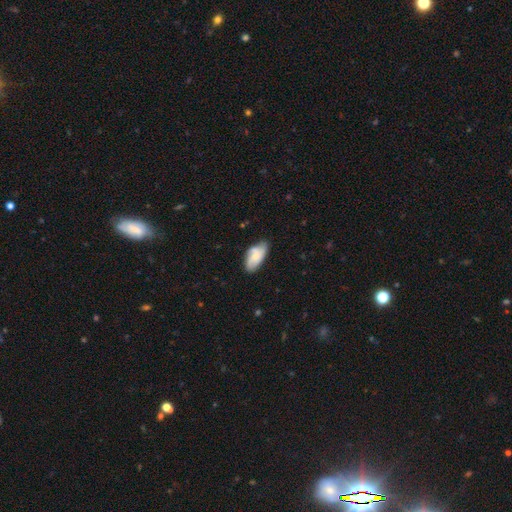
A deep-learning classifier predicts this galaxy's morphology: smooth_or_featured: smooth (p=0.54) [alt: featured or disk p=0.39]
how_rounded: in between (p=0.91) [alt: cigar-shaped p=0.06]
merging: none (p=0.61) [alt: minor disturbance p=0.29]